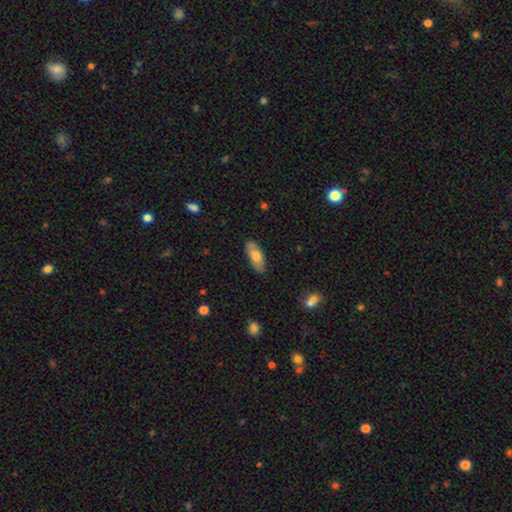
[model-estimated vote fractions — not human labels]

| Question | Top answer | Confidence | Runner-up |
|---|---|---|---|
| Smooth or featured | smooth | 68% | featured or disk (26%) |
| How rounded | in between | 79% | cigar-shaped (19%) |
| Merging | none | 83% | minor disturbance (13%) |